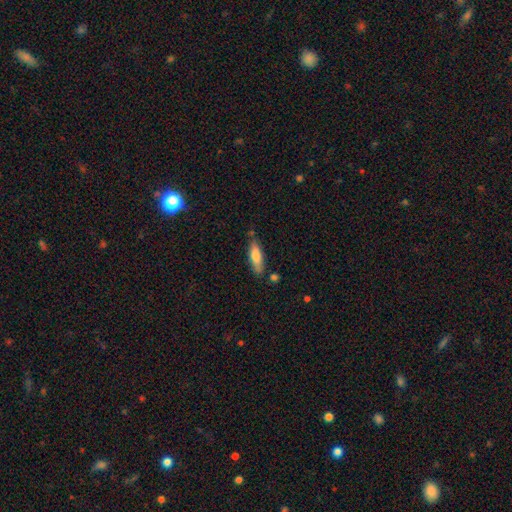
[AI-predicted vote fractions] Smooth or featured? smooth (75%)
How rounded? cigar-shaped (57%)
Merging? none (74%)